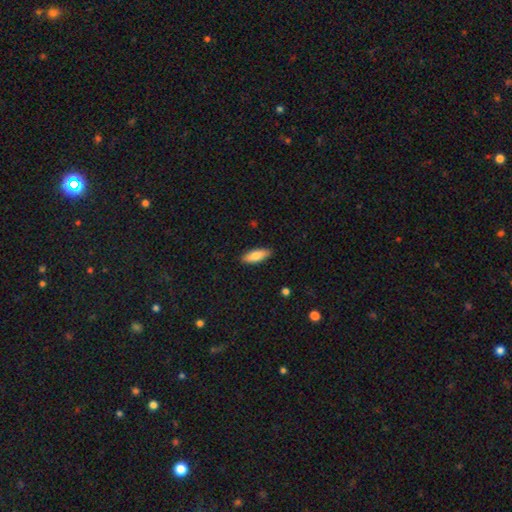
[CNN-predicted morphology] Smooth or featured? Predicted: smooth (p=0.78). How rounded? Predicted: in between (p=0.68). Merging? Predicted: none (p=0.88).